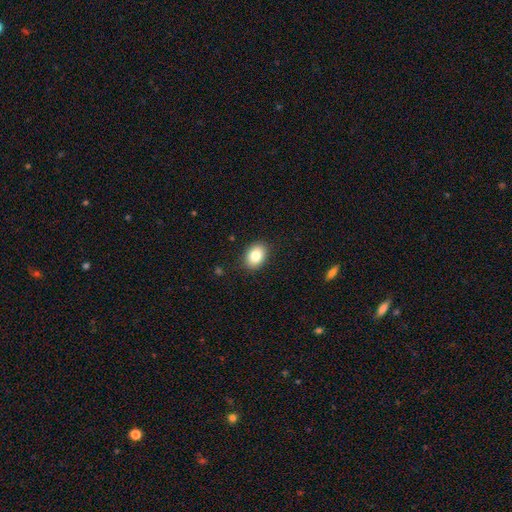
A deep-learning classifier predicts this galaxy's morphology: Smooth or featured?
  - smooth: 83% *
  - featured or disk: 9%
  - star or artifact: 8%
How rounded?
  - in between: 75% *
  - round: 24%
  - cigar-shaped: 1%
Merging?
  - none: 88% *
  - minor disturbance: 9%
  - major disturbance: 2%
  - merger: 1%